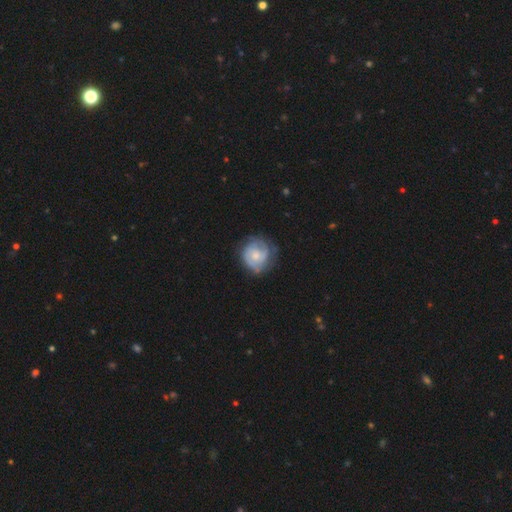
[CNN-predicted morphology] Overall: featured or disk (67%; smooth 28%). Edge-on disk: no (98%). Bar: no (71%). Spiral arms: yes (86%). Spiral arm count: 2 (47%; can't tell 29%). Spiral winding: tight (59%; medium 31%). Bulge size: moderate (45%; small 44%). Merging: none (70%).